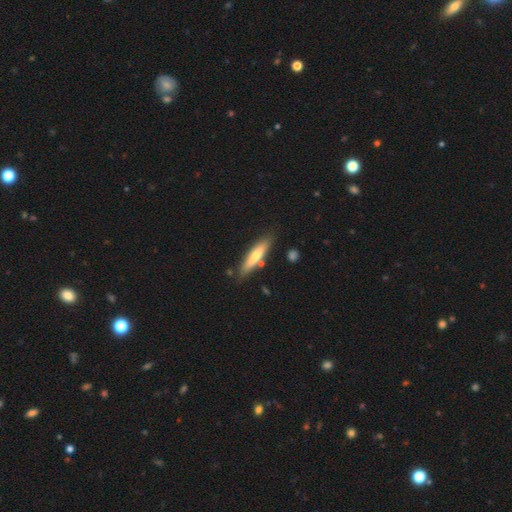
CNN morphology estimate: type=smooth (56%); roundness=cigar-shaped (80%); merging=none (79%).